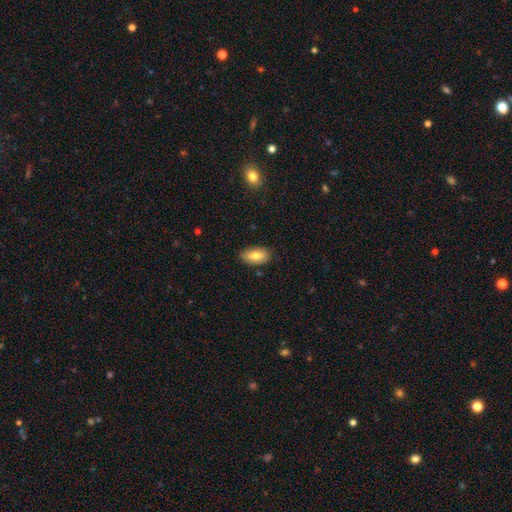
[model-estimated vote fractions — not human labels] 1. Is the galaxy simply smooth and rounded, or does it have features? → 76% smooth, 16% featured or disk, 7% star or artifact.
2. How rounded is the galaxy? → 92% in between, 4% round, 3% cigar-shaped.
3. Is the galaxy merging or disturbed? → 85% none, 12% minor disturbance, 2% major disturbance, 1% merger.